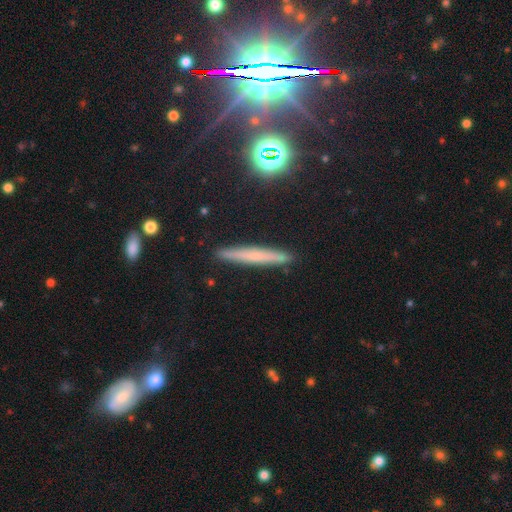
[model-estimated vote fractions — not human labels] A smooth galaxy with no disk features (50%) that is cigar-shaped (95%). Merging: none (91%).